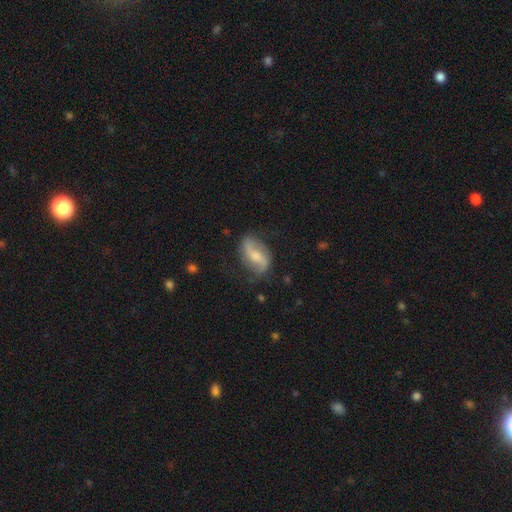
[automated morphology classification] Overall: featured or disk (73%). Edge-on disk: no (95%). Bar: weak (43%; no 29%). Spiral arms: yes (92%). Spiral arm count: 2 (90%). Spiral winding: loose (65%; medium 27%). Bulge size: moderate (45%; small 33%). Merging: none (72%).